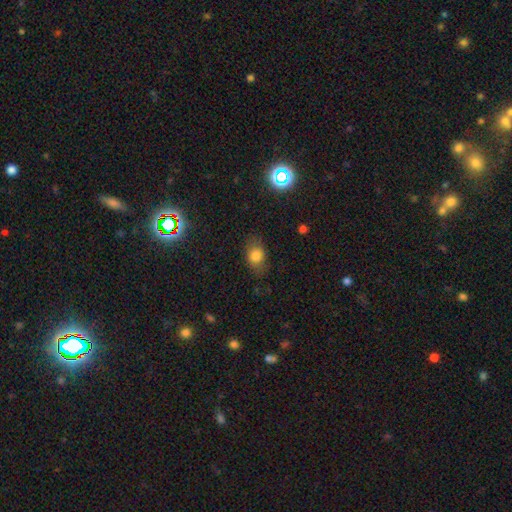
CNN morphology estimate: Smooth or featured? Predicted: smooth (p=0.77). How rounded? Predicted: in between (p=0.67). Merging? Predicted: none (p=0.77).